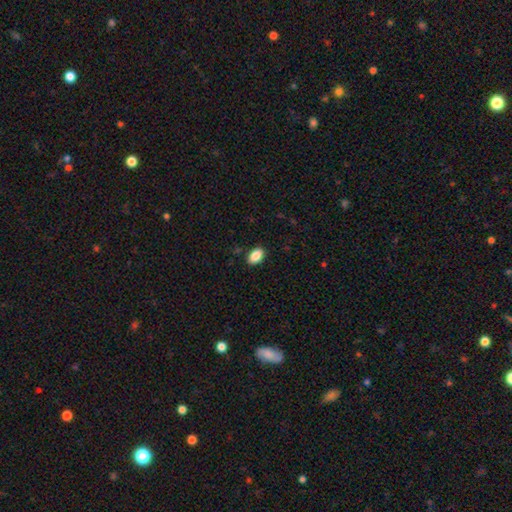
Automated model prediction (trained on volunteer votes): Smooth or featured? smooth (88%)
How rounded? in between (90%)
Merging? none (89%)